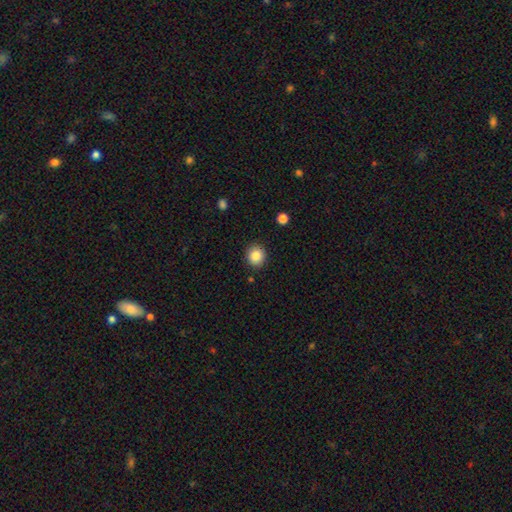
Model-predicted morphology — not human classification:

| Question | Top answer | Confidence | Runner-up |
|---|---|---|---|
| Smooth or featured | smooth | 86% | star or artifact (9%) |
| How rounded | round | 85% | in between (14%) |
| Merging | none | 89% | minor disturbance (7%) |